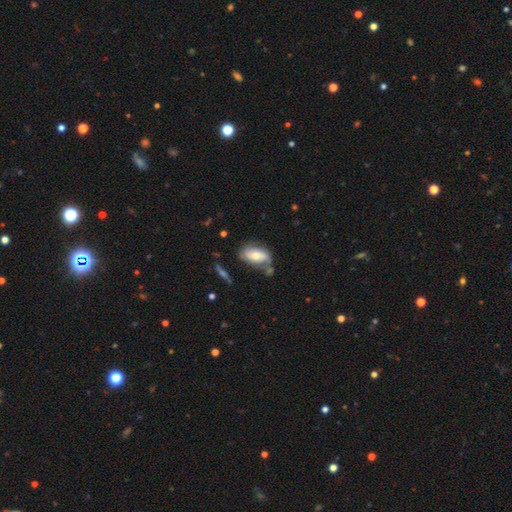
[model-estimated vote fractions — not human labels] Overall: smooth (49%; featured or disk 44%). Merging: none (48%; minor disturbance 27%).